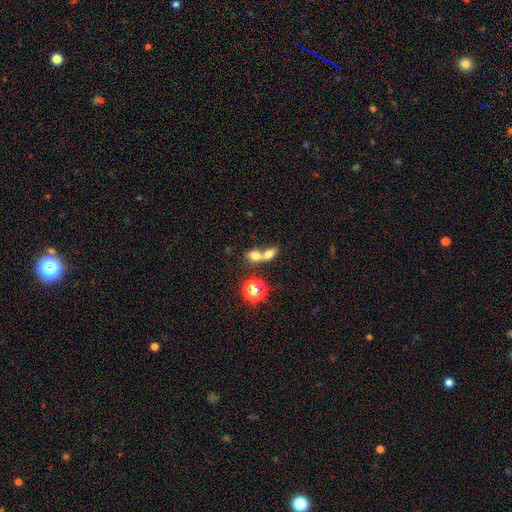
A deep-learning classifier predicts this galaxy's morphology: Smooth or featured? smooth (67%)
How rounded? in between (58%)
Merging? merger (71%)